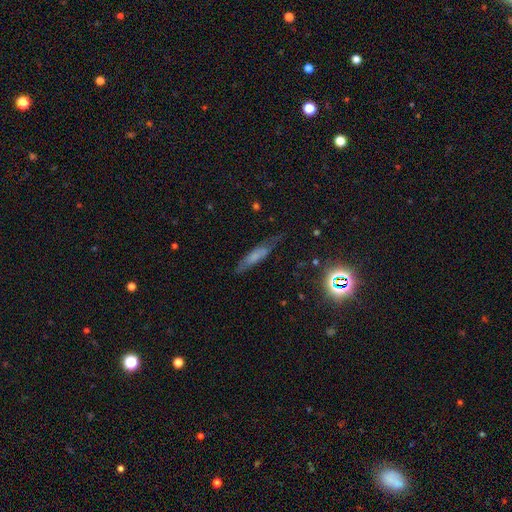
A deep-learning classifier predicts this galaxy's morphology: type=smooth (51%); roundness=cigar-shaped (69%); merging=none (62%).